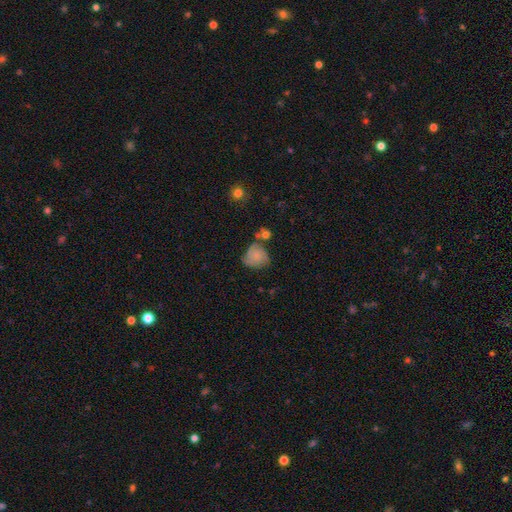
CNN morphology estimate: Smooth or featured?
  - smooth: 55% *
  - featured or disk: 36%
  - star or artifact: 9%
How rounded?
  - round: 65% *
  - in between: 33%
  - cigar-shaped: 1%
Merging?
  - none: 45% *
  - minor disturbance: 29%
  - major disturbance: 13%
  - merger: 13%